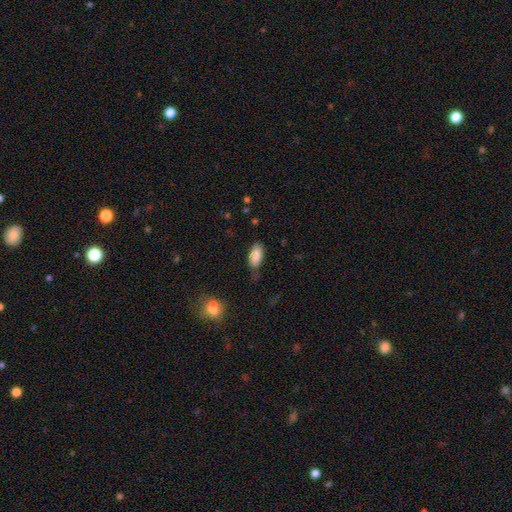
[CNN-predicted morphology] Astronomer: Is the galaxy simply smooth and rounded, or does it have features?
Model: smooth — 88%.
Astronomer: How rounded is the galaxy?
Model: in between — 92%.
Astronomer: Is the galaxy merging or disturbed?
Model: none — 70%.